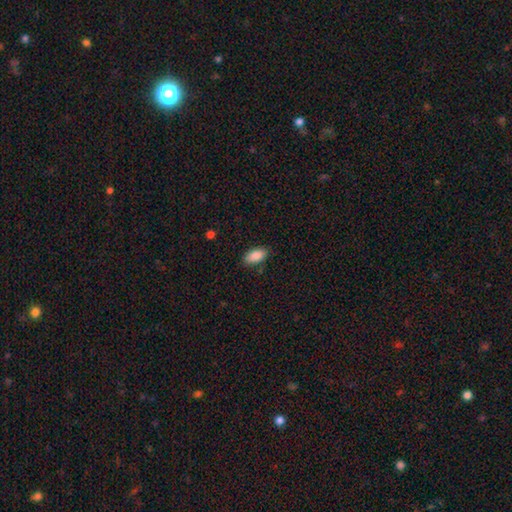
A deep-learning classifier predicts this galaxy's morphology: Smooth or featured? Predicted: smooth (p=0.89). How rounded? Predicted: in between (p=0.92). Merging? Predicted: none (p=0.84).